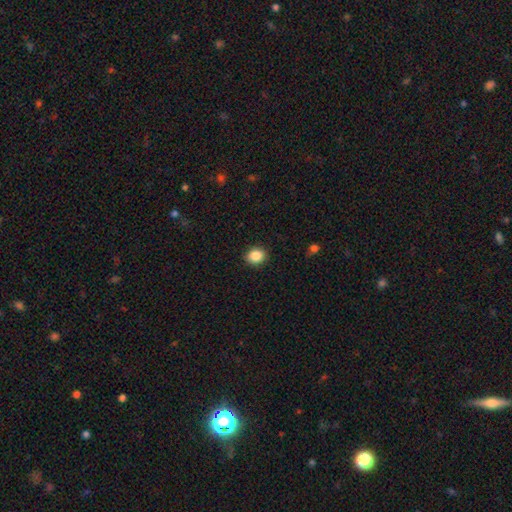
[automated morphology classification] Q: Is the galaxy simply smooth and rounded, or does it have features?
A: smooth — 87%.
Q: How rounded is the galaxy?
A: round — 67%.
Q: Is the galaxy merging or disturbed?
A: none — 90%.